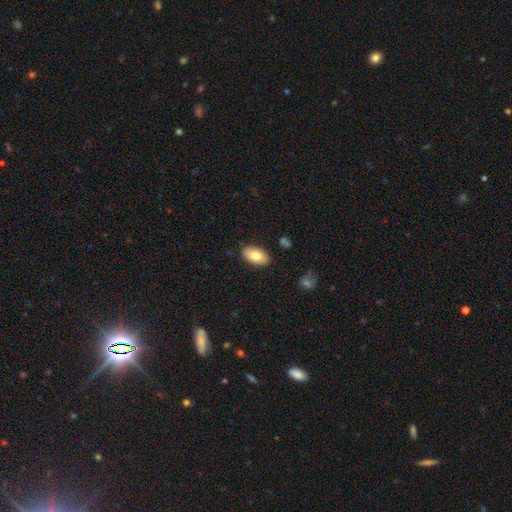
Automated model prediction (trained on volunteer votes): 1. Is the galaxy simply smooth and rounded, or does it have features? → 77% smooth, 16% featured or disk, 7% star or artifact.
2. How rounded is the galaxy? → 94% in between, 4% round, 2% cigar-shaped.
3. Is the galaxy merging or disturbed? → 87% none, 10% minor disturbance, 2% major disturbance, 1% merger.